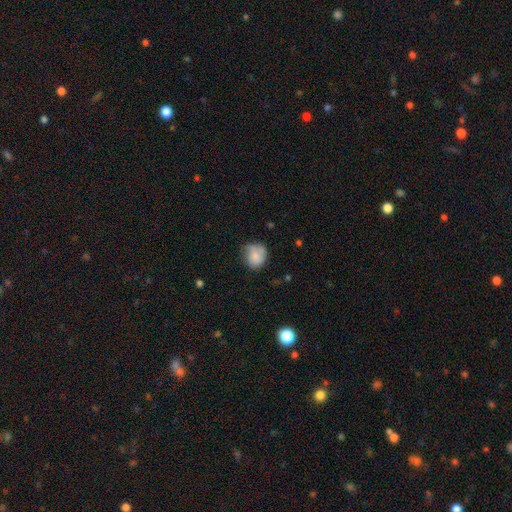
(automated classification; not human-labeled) This appears to be a smooth galaxy with no disk features (75%) that is round (73%). Merging: none (56%).